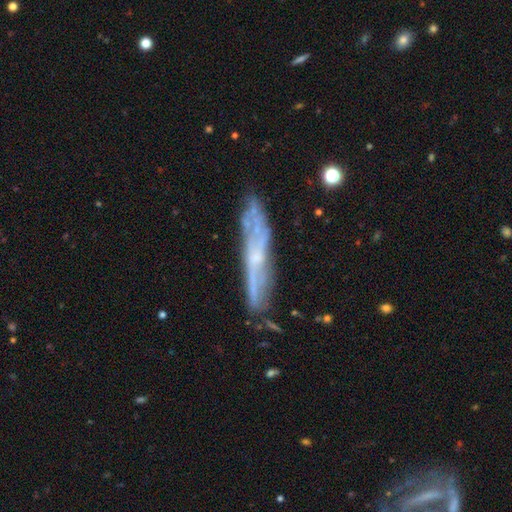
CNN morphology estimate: This is likely a featured or disk galaxy (69%). It is likely viewed edge-on (61%). Merging: likely none (76%).